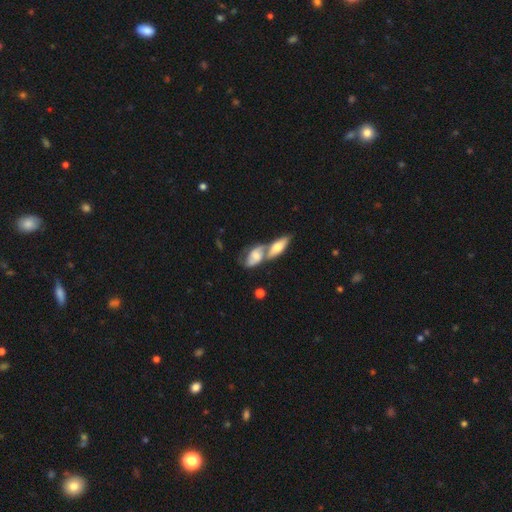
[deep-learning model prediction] This appears to be a featured or disk galaxy (58%) with no bar (61%), spiral arms (80%) and a moderate central bulge (48%). Merging: merger (63%).